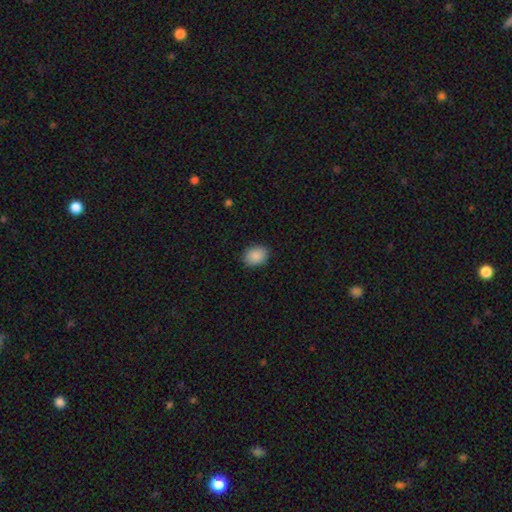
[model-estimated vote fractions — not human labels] Smooth or featured: smooth — 89% (star or artifact — 8%)
How rounded: in between — 59% (round — 40%)
Merging: none — 87% (minor disturbance — 10%)